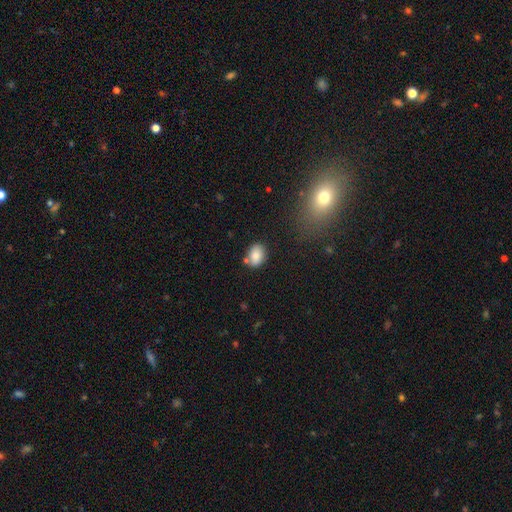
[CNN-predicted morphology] This is clearly a smooth galaxy (81%). How rounded: likely in between (71%). Merging: likely none (73%).